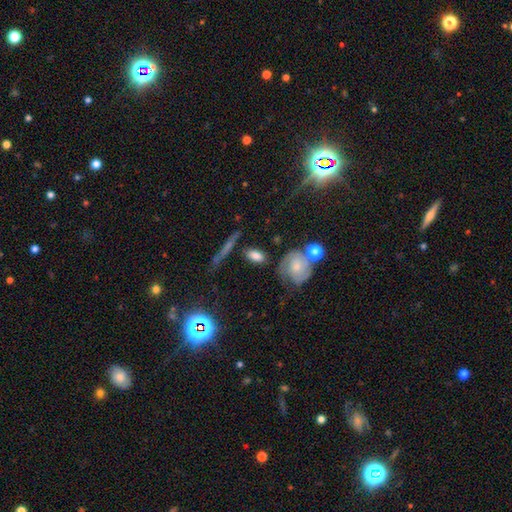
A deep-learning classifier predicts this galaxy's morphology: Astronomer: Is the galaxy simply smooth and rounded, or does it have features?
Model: smooth — 71%.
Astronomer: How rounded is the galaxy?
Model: in between — 78%.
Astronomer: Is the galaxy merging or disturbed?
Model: none — 67%.